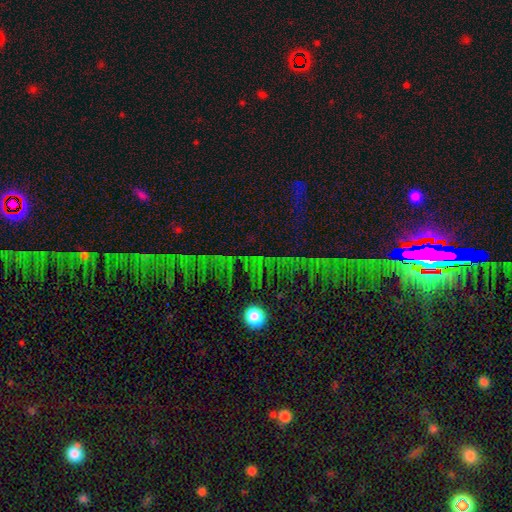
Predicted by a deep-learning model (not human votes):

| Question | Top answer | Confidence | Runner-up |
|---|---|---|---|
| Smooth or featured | star or artifact | 78% | featured or disk (11%) |